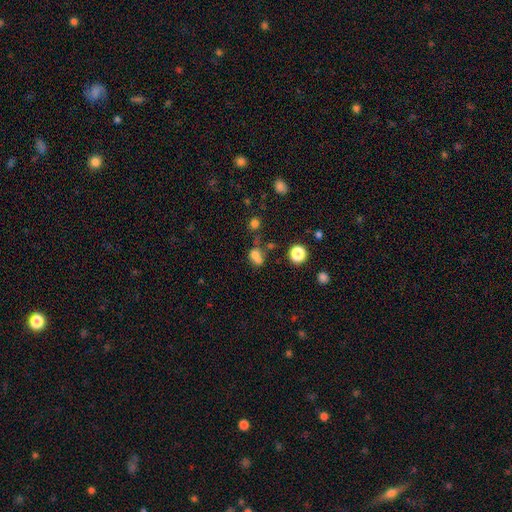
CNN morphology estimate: Smooth or featured? Predicted: smooth (p=0.69). How rounded? Predicted: round (p=0.53). Merging? Predicted: merger (p=0.38).